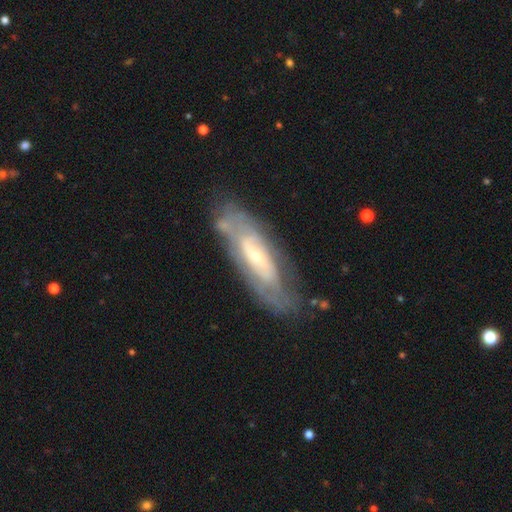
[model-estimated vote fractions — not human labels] smooth_or_featured: featured or disk (p=0.70) [alt: smooth p=0.24]
disk_edge_on: no (p=0.78) [alt: yes p=0.22]
bar: no (p=0.47) [alt: weak p=0.37]
has_spiral_arms: yes (p=0.70) [alt: no p=0.30]
bulge_size: small (p=0.63) [alt: moderate p=0.30]
merging: none (p=0.69) [alt: minor disturbance p=0.19]